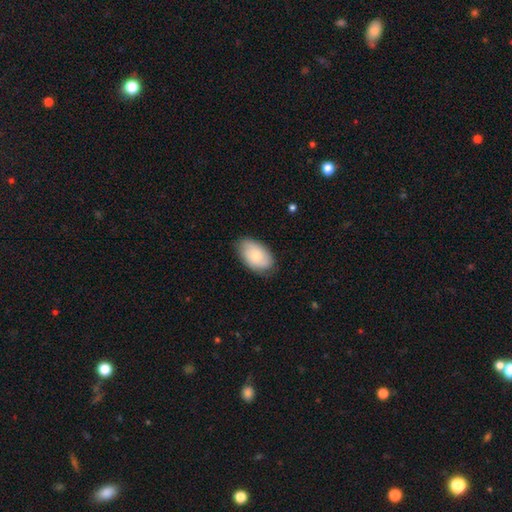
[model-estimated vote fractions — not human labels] Smooth or featured? smooth (74%)
How rounded? in between (92%)
Merging? none (77%)